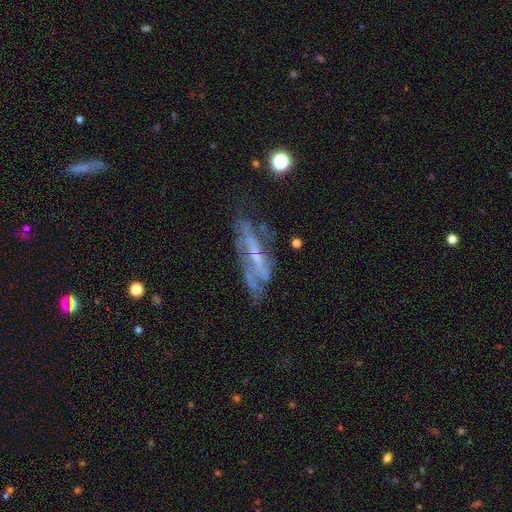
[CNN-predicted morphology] The model was most divided on "bar" (2-way tie): no: 34%, weak: 34%, strong: 31%. Remaining: smooth or featured — featured or disk (73%); edge-on disk — no (72%); spiral arms — yes (62%); bulge size — small (59%); merging — none (49%).